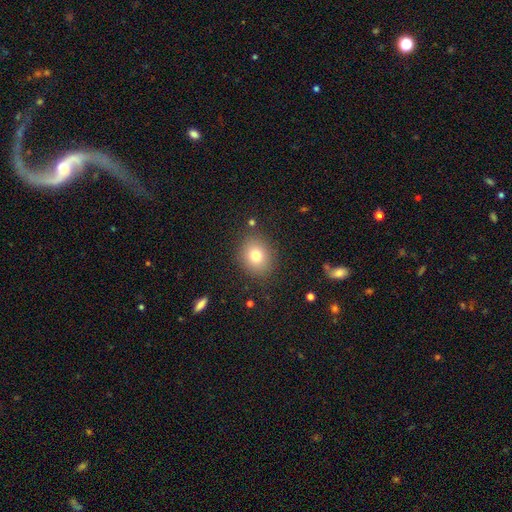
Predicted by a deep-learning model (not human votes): Morphology: type=smooth (78%); roundness=round (70%); merging=none (85%).